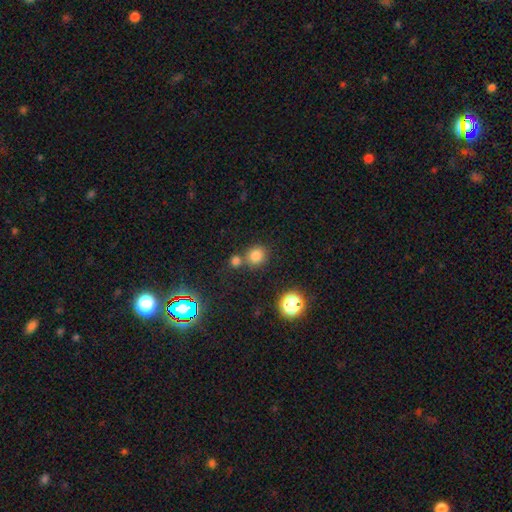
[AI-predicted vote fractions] A smooth galaxy with no disk features (79%) that is round (83%). Merging: none (63%).